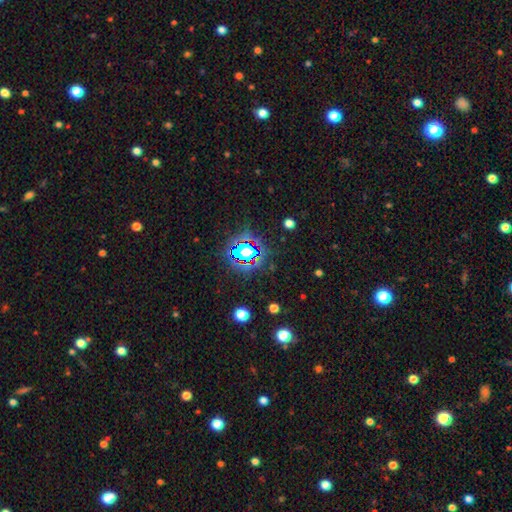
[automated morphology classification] smooth-or-featured: star or artifact: 81% | smooth: 12% | featured or disk: 8%